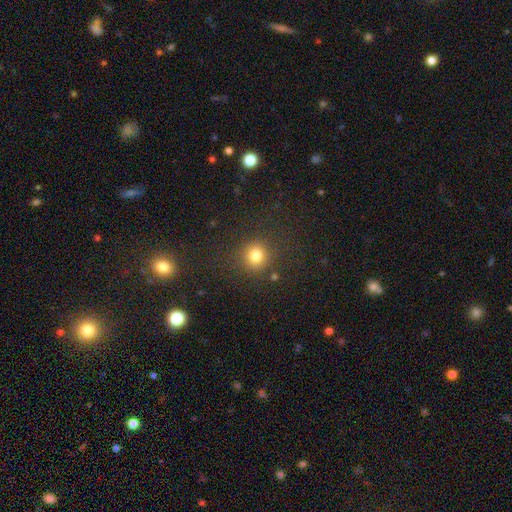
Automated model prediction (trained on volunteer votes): This appears to be a smooth galaxy with no disk features (79%) that is round (91%). Merging: none (85%).